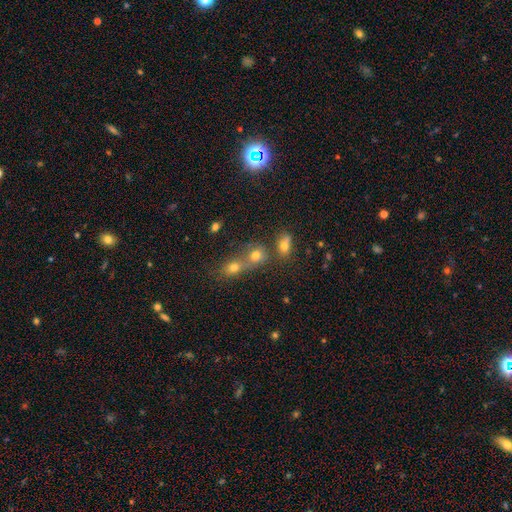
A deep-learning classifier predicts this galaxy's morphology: Overall: smooth (57%; star or artifact 30%). How rounded: round (67%; in between 31%). Merging: merger (52%; none 38%).